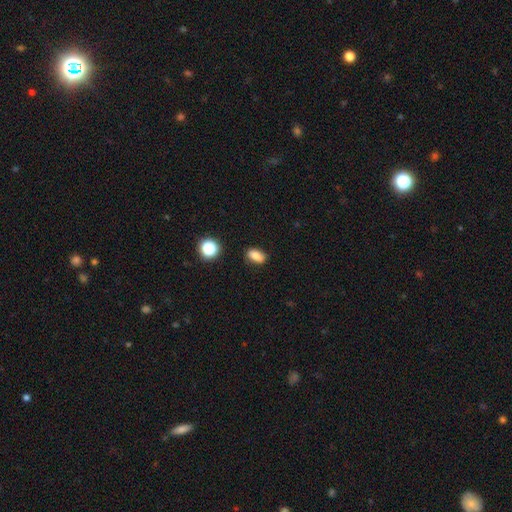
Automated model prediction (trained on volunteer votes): The model was most divided on "merging": none: 82%, minor disturbance: 13%, major disturbance: 3%, merger: 2%. More confident: how rounded — in between (85%); smooth or featured — smooth (82%).